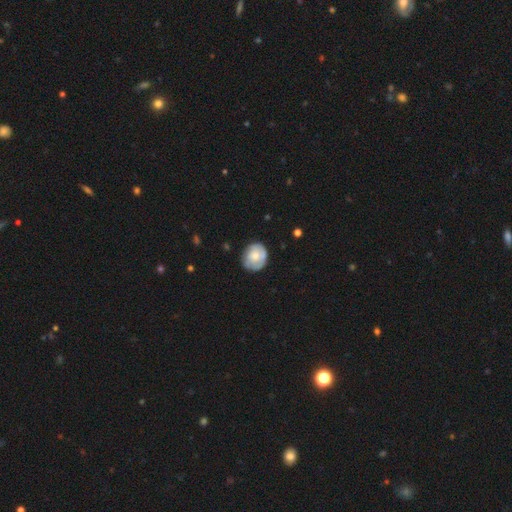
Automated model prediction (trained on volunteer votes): This appears to be a smooth galaxy with no disk features (50%). Merging: none (72%).